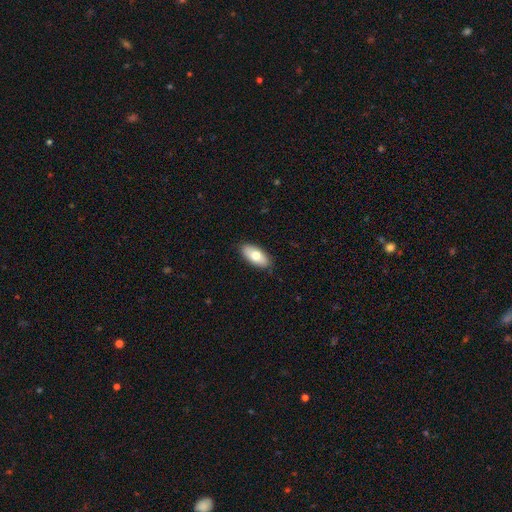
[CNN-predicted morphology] This is likely a smooth galaxy (72%). How rounded: clearly in between (90%). Merging: clearly none (87%).